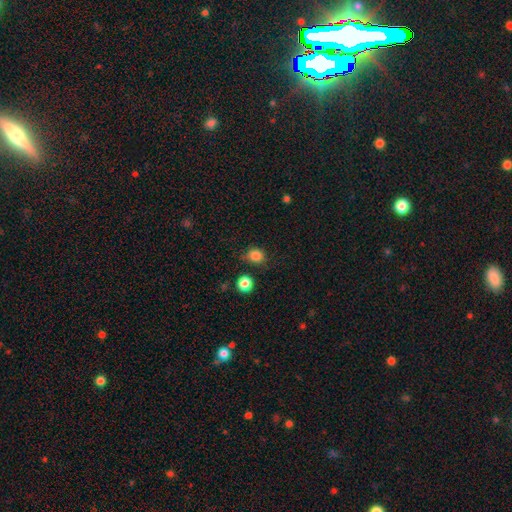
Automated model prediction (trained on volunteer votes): This is clearly a smooth galaxy (84%). How rounded: likely round (76%). Merging: likely none (77%).